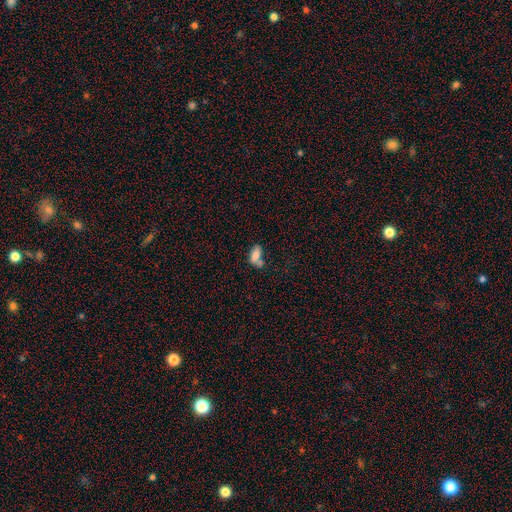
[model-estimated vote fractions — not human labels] smooth_or_featured: smooth (p=0.78) [alt: featured or disk p=0.13]
how_rounded: in between (p=0.86) [alt: cigar-shaped p=0.10]
merging: none (p=0.38) [alt: merger p=0.31]